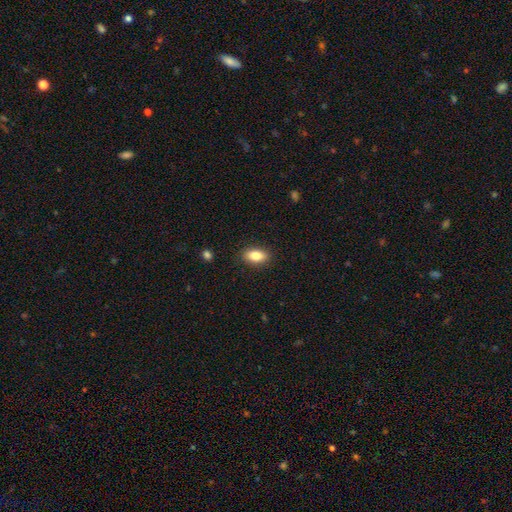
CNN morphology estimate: The model was most divided on "smooth or featured": smooth: 85%, featured or disk: 8%, star or artifact: 7%. More confident: how rounded — in between (89%); merging — none (88%).